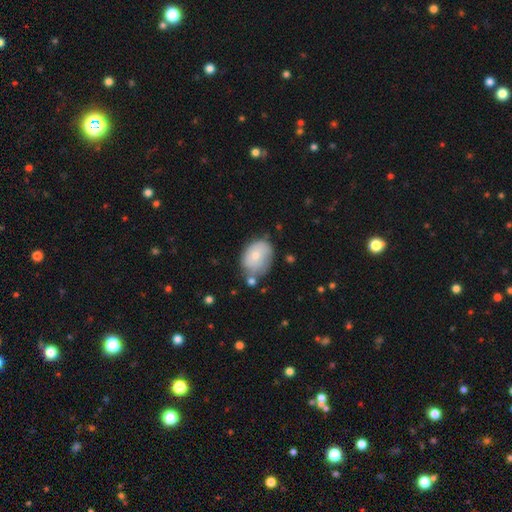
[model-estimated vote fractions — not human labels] Morphology: type=smooth (66%); roundness=in between (69%); merging=none (49%).